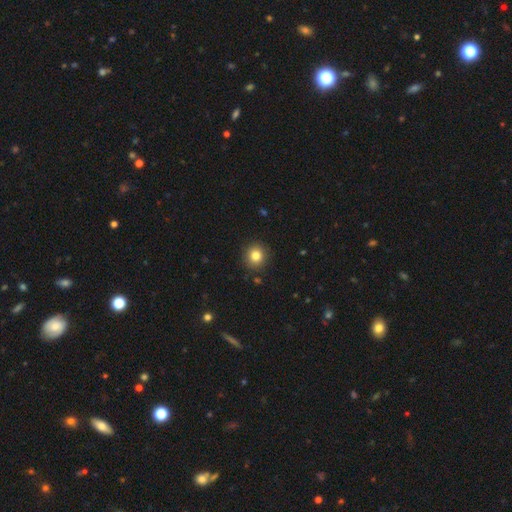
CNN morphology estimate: This appears to be a smooth galaxy with no disk features (82%) that is round (91%). Merging: none (91%).